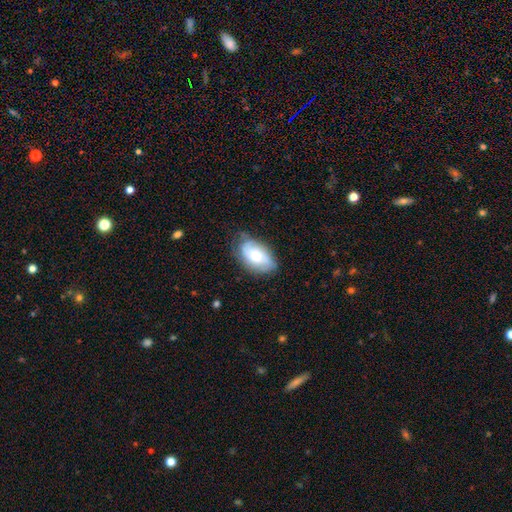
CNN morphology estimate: smooth 54%, featured or disk 39%, star or artifact 7%. Down the decision tree: how rounded — in between (91%); merging — none (66%).